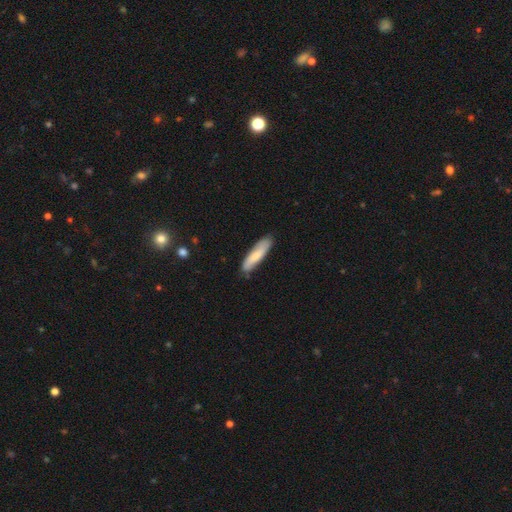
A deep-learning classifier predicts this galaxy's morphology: This appears to be a smooth galaxy with no disk features (73%) that is cigar-shaped (74%). Merging: none (81%).